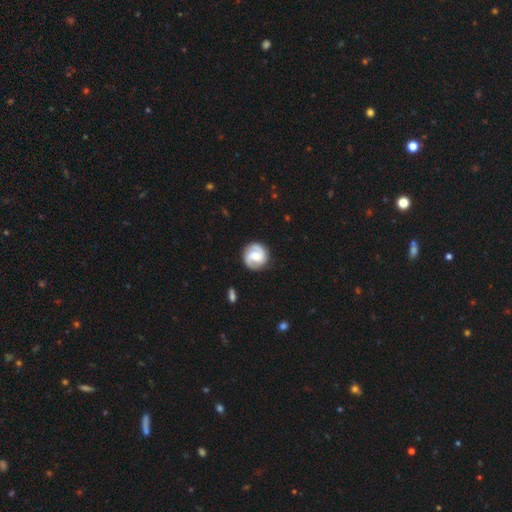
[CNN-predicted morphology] Smooth or featured?
  - featured or disk: 74% *
  - smooth: 20%
  - star or artifact: 5%
Edge-on disk?
  - no: 98% *
  - yes: 2%
Bar?
  - weak: 46% *
  - no: 42%
  - strong: 12%
Spiral arms?
  - yes: 95% *
  - no: 5%
Spiral winding?
  - medium: 45% *
  - tight: 35%
  - loose: 19%
Spiral arm count?
  - 2: 88% *
  - can't tell: 5%
  - 1: 3%
  - 3: 2%
  - 4: 1%
  - more than 4: 1%
Bulge size?
  - moderate: 53% *
  - small: 32%
  - large: 9%
  - none: 4%
  - dominant: 2%
Merging?
  - none: 86% *
  - minor disturbance: 9%
  - major disturbance: 3%
  - merger: 1%